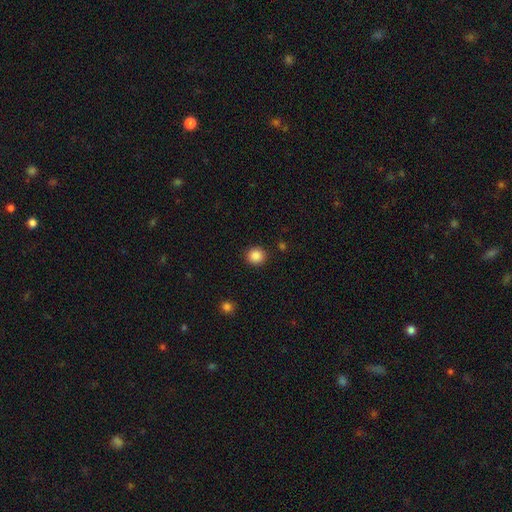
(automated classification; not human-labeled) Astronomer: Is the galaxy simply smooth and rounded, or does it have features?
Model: smooth — 87%.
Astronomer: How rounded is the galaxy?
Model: round — 91%.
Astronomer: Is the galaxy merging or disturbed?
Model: none — 91%.